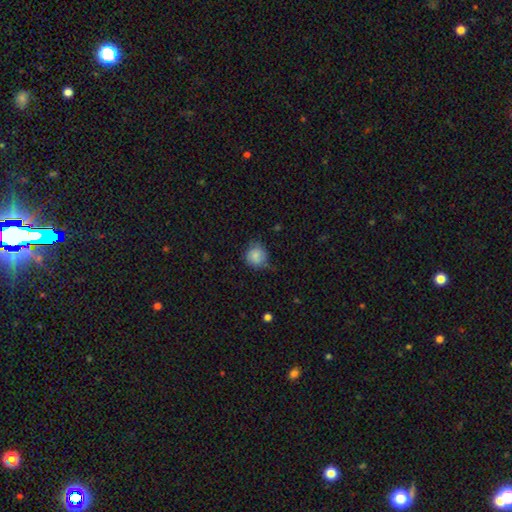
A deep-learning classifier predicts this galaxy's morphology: smooth 79%, featured or disk 12%, star or artifact 8%. Down the decision tree: how rounded — round (85%); merging — none (61%).